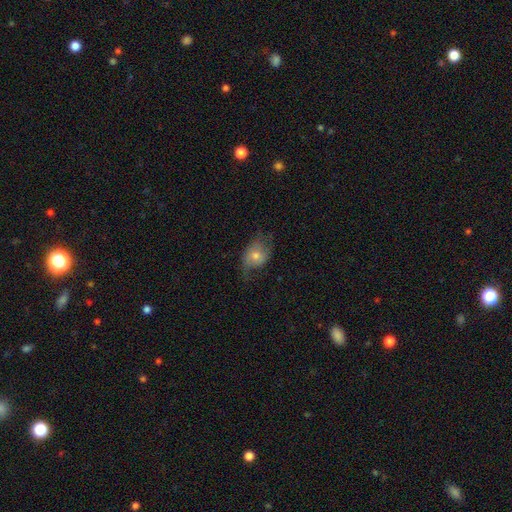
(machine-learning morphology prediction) This appears to be a smooth galaxy with no disk features (56%) that is in between round and cigar-shaped (62%). Merging: none (47%).